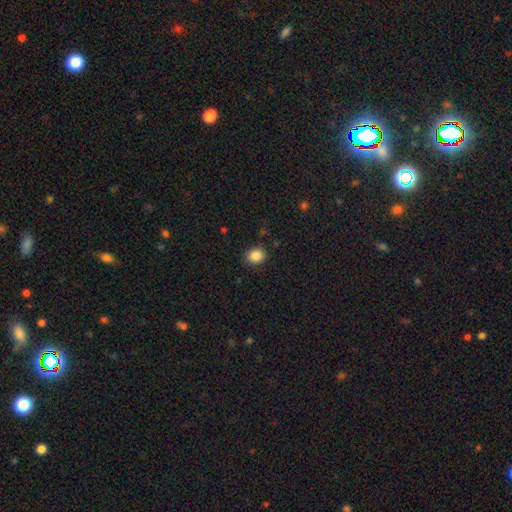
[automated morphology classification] type=smooth (87%); roundness=round (66%); merging=none (88%).